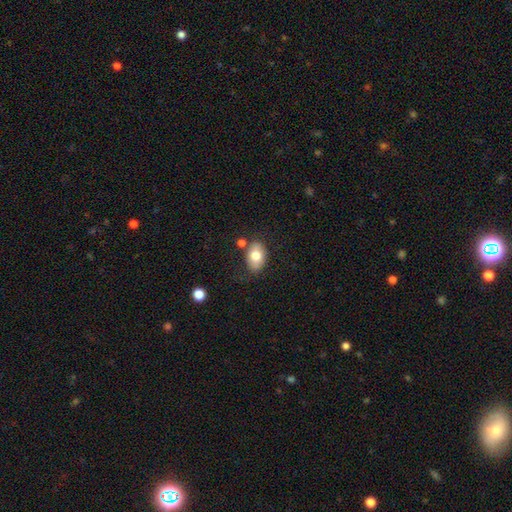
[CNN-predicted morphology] A smooth galaxy with no disk features (77%) that is in between round and cigar-shaped (84%).

Vote fractions:
- Smooth or featured? smooth: 77% / featured or disk: 15% / star or artifact: 7%
- How rounded? in between: 84% / round: 15% / cigar-shaped: 1%
- Merging? none: 74% / minor disturbance: 15% / merger: 7% / major disturbance: 4%